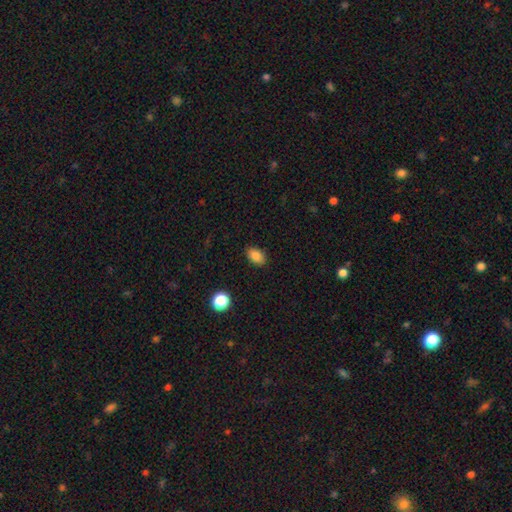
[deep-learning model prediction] smooth 84%, star or artifact 10%, featured or disk 6%. Down the decision tree: how rounded — in between (83%); merging — none (88%).